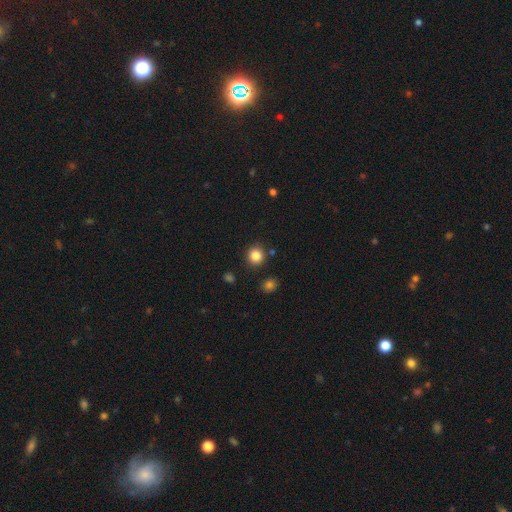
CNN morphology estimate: A smooth galaxy with no disk features (85%) that is round (91%). Merging: none (87%).